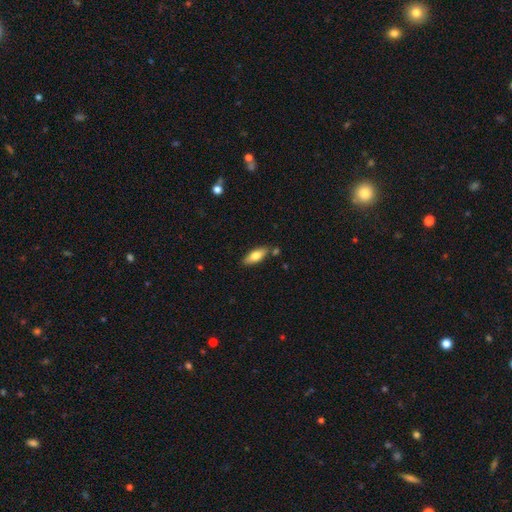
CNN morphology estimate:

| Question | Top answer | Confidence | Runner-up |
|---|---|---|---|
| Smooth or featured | smooth | 73% | featured or disk (21%) |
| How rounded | in between | 75% | cigar-shaped (23%) |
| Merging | none | 78% | minor disturbance (13%) |